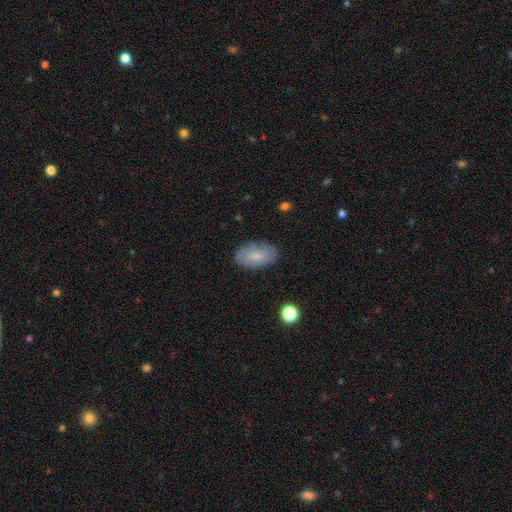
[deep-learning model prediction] A smooth galaxy with no disk features (74%) that is in between round and cigar-shaped (93%). Merging: none (82%).